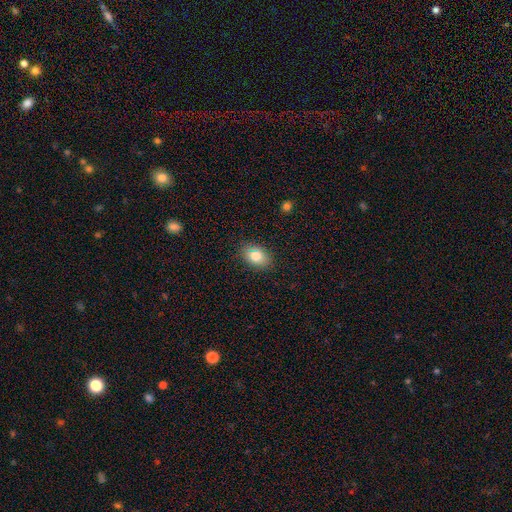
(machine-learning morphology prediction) smooth 81%, featured or disk 11%, star or artifact 9%. Down the decision tree: how rounded — in between (82%); merging — none (86%).